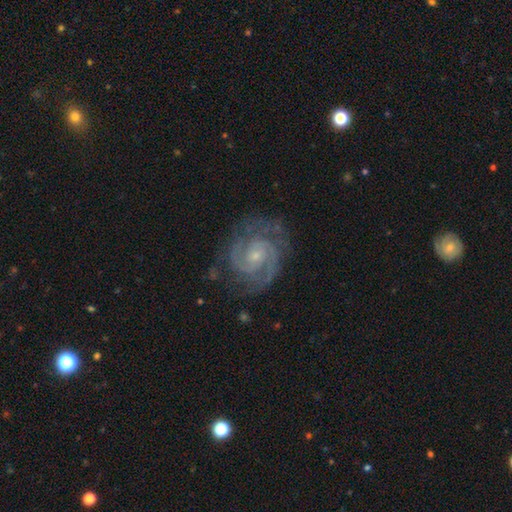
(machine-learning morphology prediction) Q: Smooth or featured?
A: featured or disk (91%); runner-up: star or artifact (5%)
Q: Edge-on disk?
A: no (98%); runner-up: yes (2%)
Q: Bar?
A: no (60%); runner-up: weak (32%)
Q: Spiral arms?
A: yes (98%); runner-up: no (2%)
Q: Spiral winding?
A: tight (61%); runner-up: medium (35%)
Q: Spiral arm count?
A: 2 (72%); runner-up: 3 (13%)
Q: Bulge size?
A: small (74%); runner-up: moderate (21%)
Q: Merging?
A: none (76%); runner-up: minor disturbance (16%)